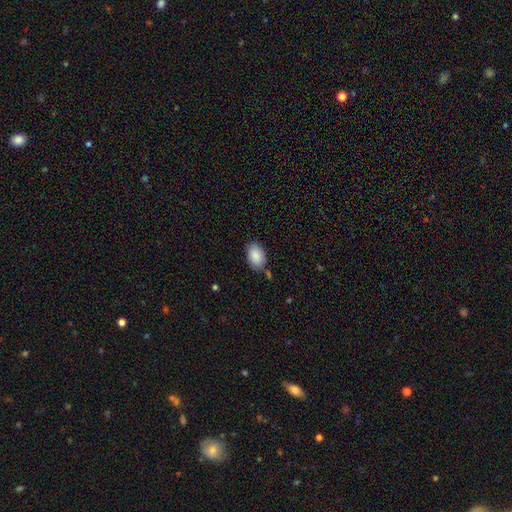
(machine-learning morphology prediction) Overall: smooth (89%). How rounded: in between (90%). Merging: none (80%).